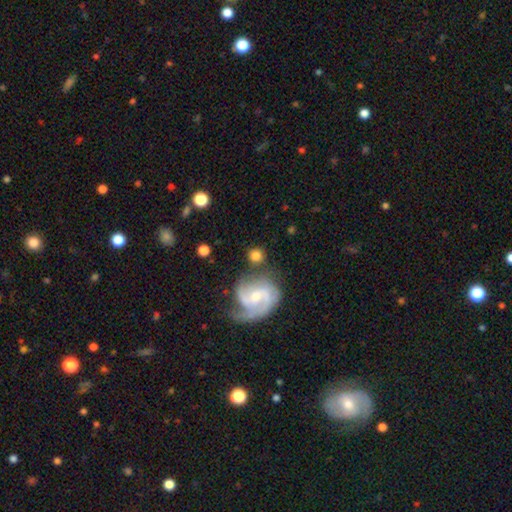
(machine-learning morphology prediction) smooth 56%, featured or disk 35%, star or artifact 9%. Down the decision tree: how rounded — round (85%); merging — none (69%).